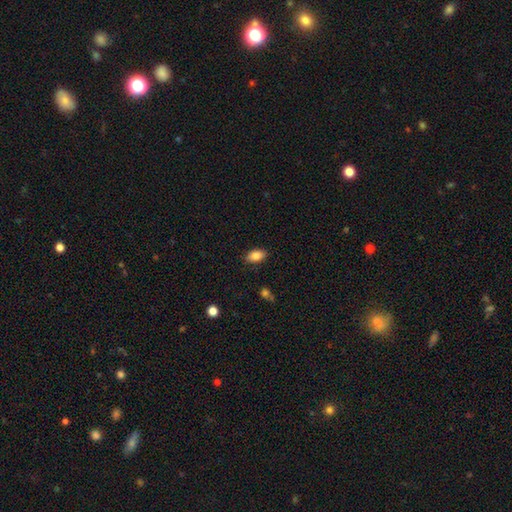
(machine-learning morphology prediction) This is clearly a smooth galaxy (84%). How rounded: clearly in between (91%). Merging: clearly none (88%).